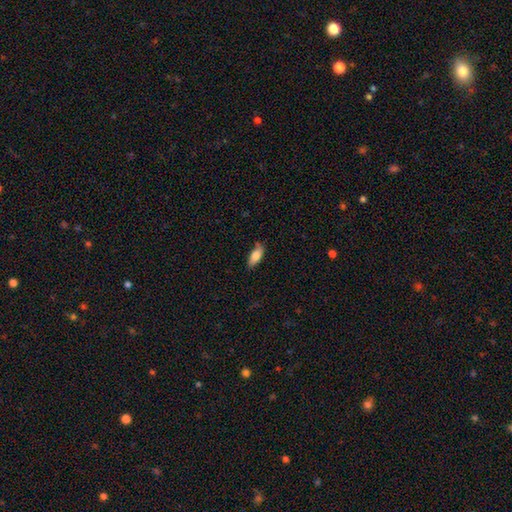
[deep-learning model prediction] This is likely a smooth galaxy (79%). How rounded: likely in between (80%). Merging: clearly none (81%).